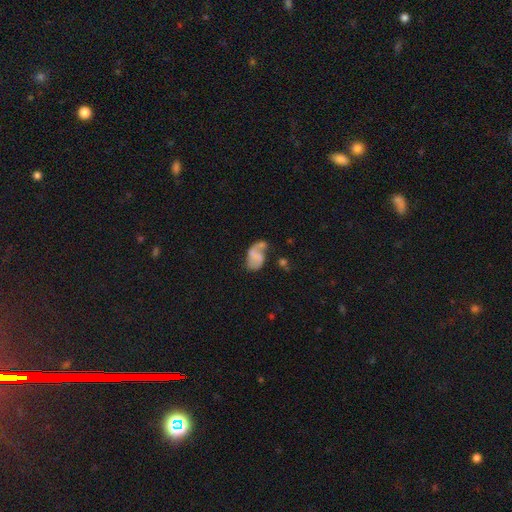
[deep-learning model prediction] Q: Smooth or featured?
A: featured or disk (60%); runner-up: smooth (30%)
Q: Edge-on disk?
A: no (98%); runner-up: yes (2%)
Q: Bar?
A: no (54%); runner-up: weak (33%)
Q: Spiral arms?
A: yes (80%); runner-up: no (20%)
Q: Bulge size?
A: none (65%); runner-up: small (22%)
Q: Merging?
A: none (35%); runner-up: minor disturbance (25%)